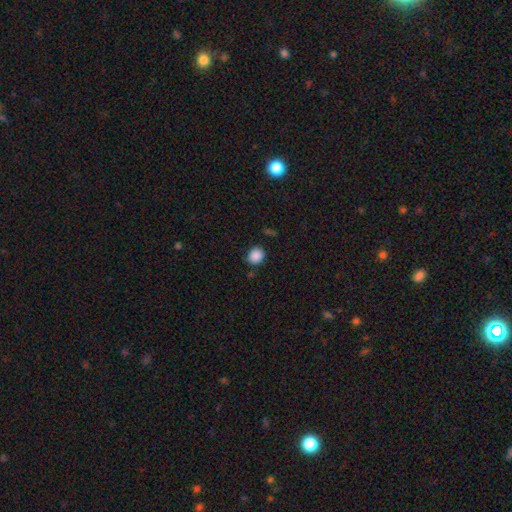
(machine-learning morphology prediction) Overall: smooth (88%). How rounded: round (73%). Merging: none (85%).